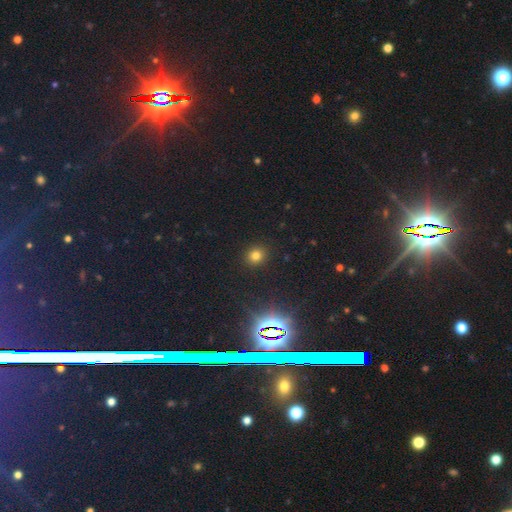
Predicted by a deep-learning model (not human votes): smooth_or_featured: smooth (p=0.73) [alt: star or artifact p=0.21]
how_rounded: round (p=0.81) [alt: in between p=0.18]
merging: none (p=0.91) [alt: minor disturbance p=0.06]